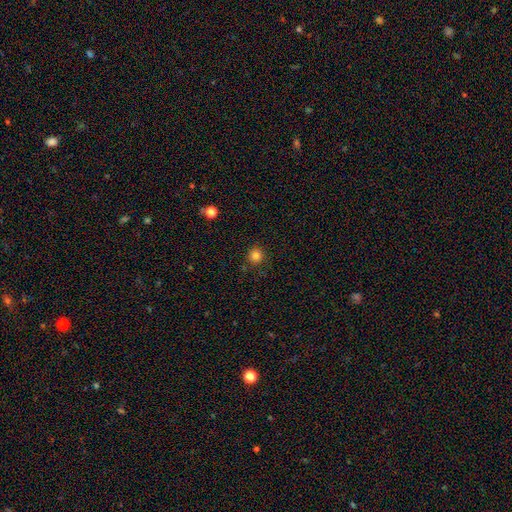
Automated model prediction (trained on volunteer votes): Morphology: type=smooth (82%); roundness=round (94%); merging=none (88%).